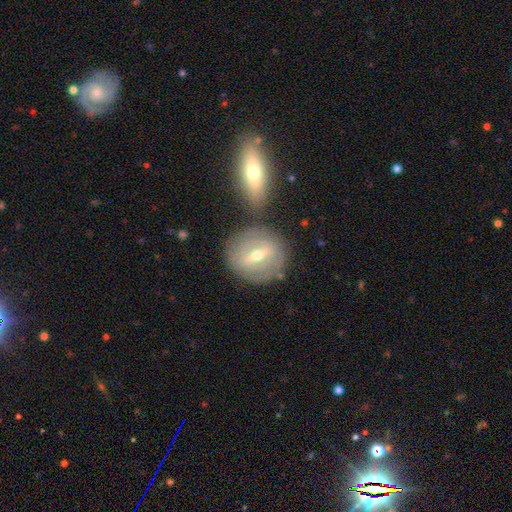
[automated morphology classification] Q: Smooth or featured?
A: featured or disk (66%); runner-up: smooth (28%)
Q: Edge-on disk?
A: no (87%); runner-up: yes (13%)
Q: Bar?
A: strong (45%); runner-up: weak (41%)
Q: Spiral arms?
A: no (53%); runner-up: yes (47%)
Q: Bulge size?
A: moderate (60%); runner-up: small (36%)
Q: Merging?
A: none (71%); runner-up: minor disturbance (13%)